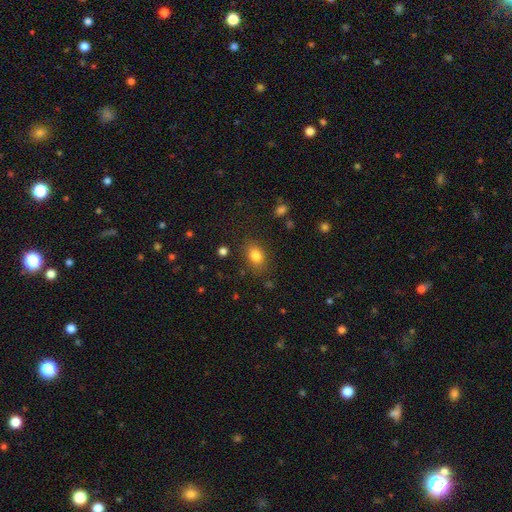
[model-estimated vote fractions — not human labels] Smooth or featured? smooth (82%)
How rounded? in between (72%)
Merging? none (81%)